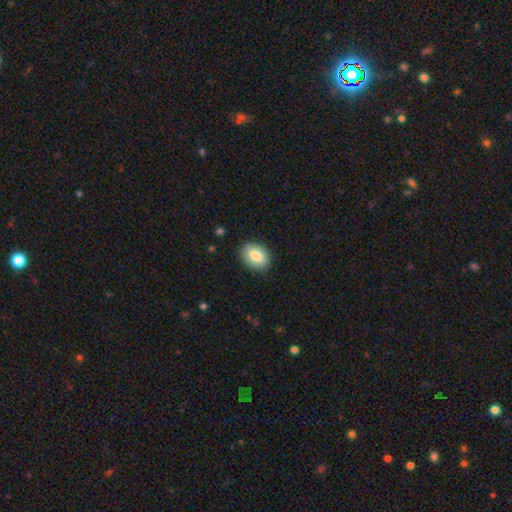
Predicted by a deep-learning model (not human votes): smooth_or_featured: smooth (p=0.84) [alt: featured or disk p=0.10]
how_rounded: in between (p=0.83) [alt: round p=0.16]
merging: none (p=0.86) [alt: minor disturbance p=0.11]